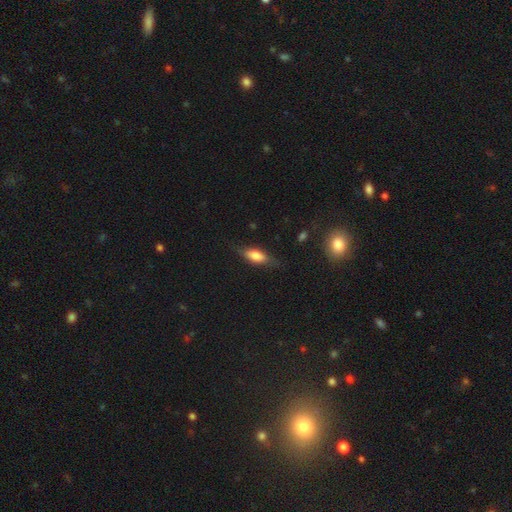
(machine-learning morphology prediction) Smooth or featured: smooth — 62% (featured or disk — 30%)
How rounded: in between — 68% (cigar-shaped — 29%)
Merging: none — 70% (minor disturbance — 22%)